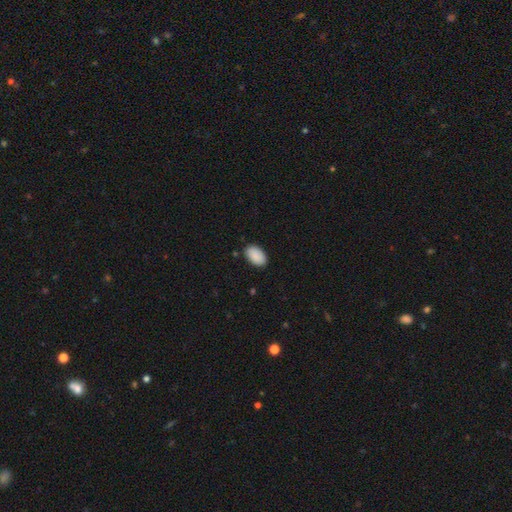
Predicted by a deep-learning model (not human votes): This appears to be a smooth galaxy with no disk features (91%) that is in between round and cigar-shaped (94%). Merging: none (87%).